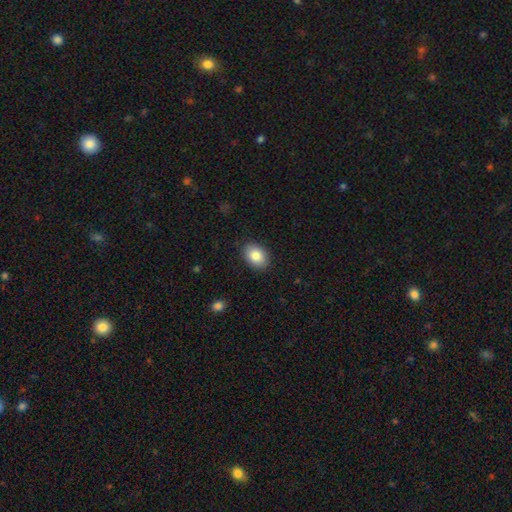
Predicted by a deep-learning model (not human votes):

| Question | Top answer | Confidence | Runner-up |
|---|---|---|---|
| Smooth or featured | smooth | 86% | star or artifact (7%) |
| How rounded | in between | 77% | round (22%) |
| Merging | none | 89% | minor disturbance (8%) |